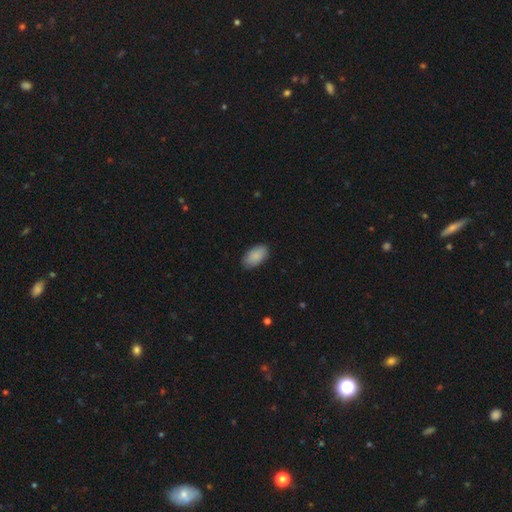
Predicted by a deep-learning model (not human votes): This appears to be a smooth galaxy with no disk features (89%) that is in between round and cigar-shaped (95%). Merging: none (85%).